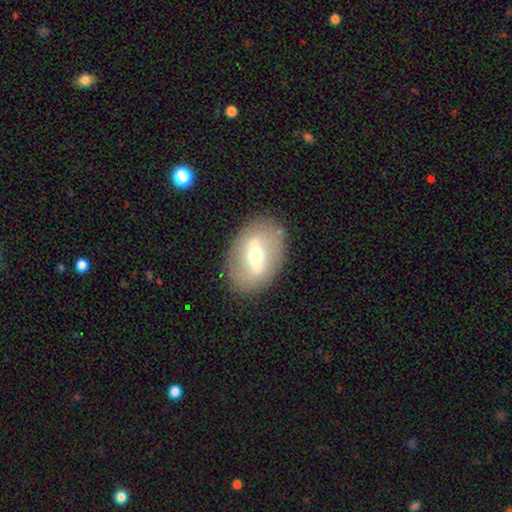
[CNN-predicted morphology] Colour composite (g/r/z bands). It shows a featured or disk galaxy (57%). Merging: none (83%).